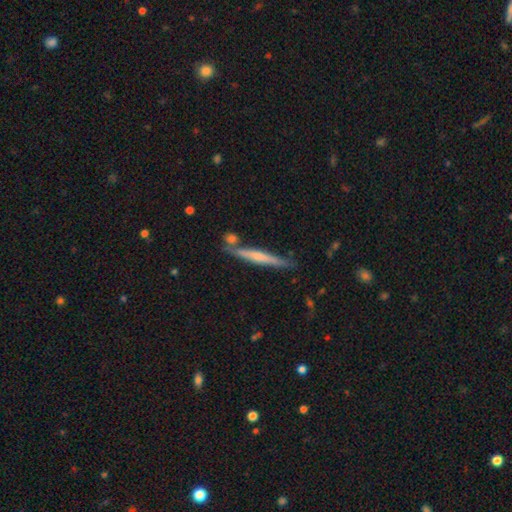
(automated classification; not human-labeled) This is possibly a featured or disk galaxy (56%). It is clearly viewed edge-on (96%). Edge-on bulge: possibly rounded (46%). Merging: likely none (78%).